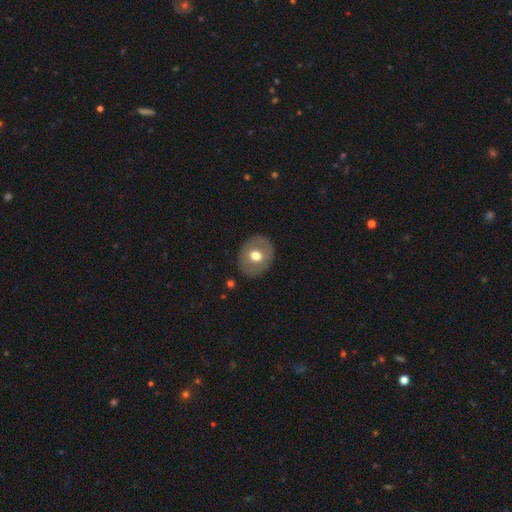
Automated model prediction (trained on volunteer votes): Q: Smooth or featured?
A: smooth (59%); runner-up: featured or disk (34%)
Q: How rounded?
A: round (57%); runner-up: in between (42%)
Q: Merging?
A: none (87%); runner-up: minor disturbance (9%)